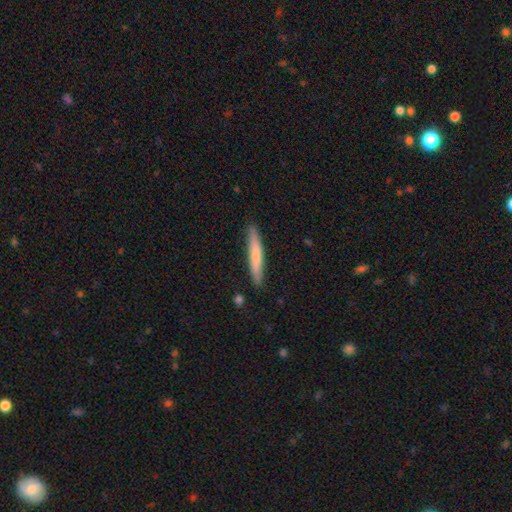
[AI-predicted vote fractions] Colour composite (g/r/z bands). It shows a smooth galaxy with no disk features (67%) that is cigar-shaped (94%). Merging: none (87%).